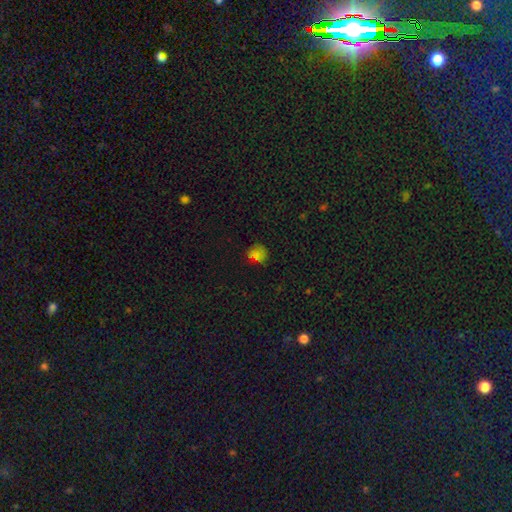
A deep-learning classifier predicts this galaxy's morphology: Smooth or featured? smooth (69%)
How rounded? round (74%)
Merging? none (66%)